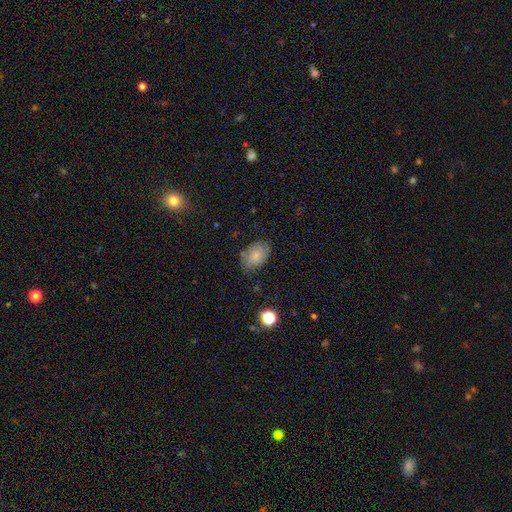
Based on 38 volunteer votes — Morphology: type=smooth (87%); roundness=in between (82%); merging=none (67%).